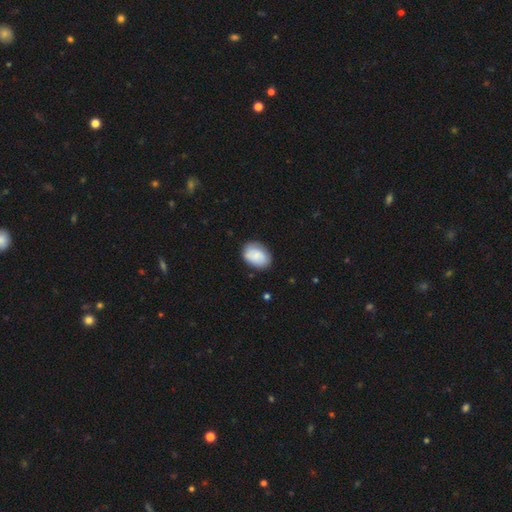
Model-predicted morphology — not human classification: Smooth or featured: smooth — 82% (featured or disk — 11%)
How rounded: in between — 81% (round — 18%)
Merging: none — 79% (minor disturbance — 16%)